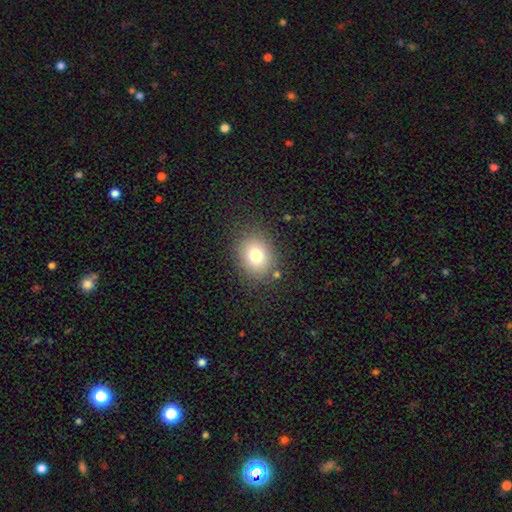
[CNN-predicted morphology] Smooth or featured? Predicted: smooth (p=0.75). How rounded? Predicted: round (p=0.57). Merging? Predicted: none (p=0.83).